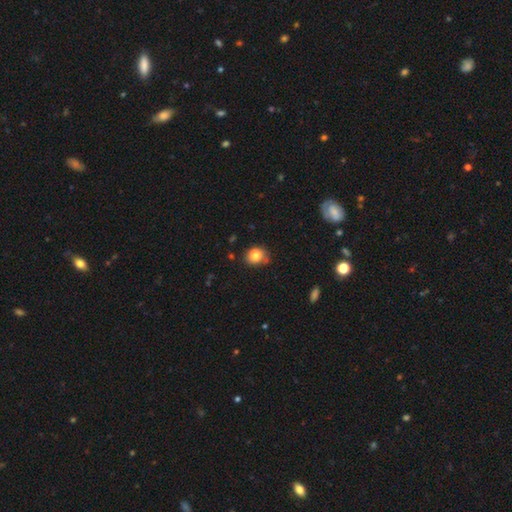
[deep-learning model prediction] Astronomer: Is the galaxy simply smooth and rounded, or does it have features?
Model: smooth — 80%.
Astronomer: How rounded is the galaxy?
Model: round — 65%.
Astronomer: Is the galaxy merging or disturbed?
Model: none — 69%.